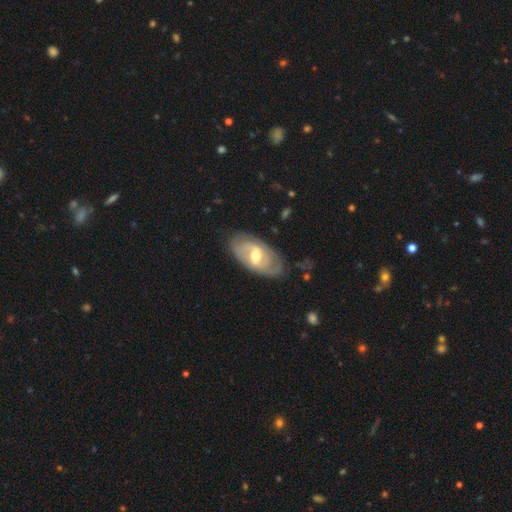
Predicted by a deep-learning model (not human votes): This appears to be a featured or disk galaxy (72%) with a weak bar (54%), 2 (61%) tight (46%) spiral arms (78%) and a moderate central bulge (70%). Merging: none (75%).